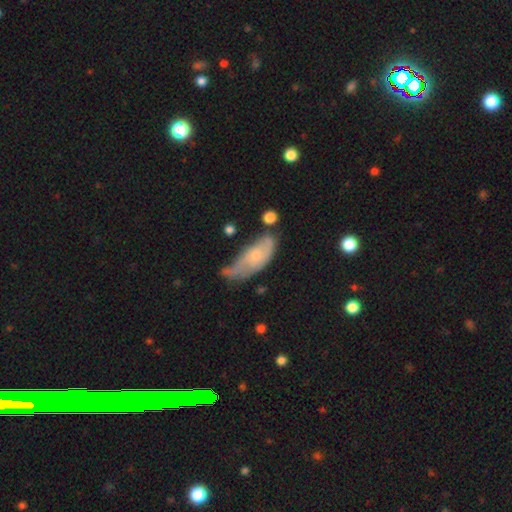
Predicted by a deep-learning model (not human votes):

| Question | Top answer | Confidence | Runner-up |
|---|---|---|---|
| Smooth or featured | smooth | 53% | featured or disk (40%) |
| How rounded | in between | 79% | cigar-shaped (18%) |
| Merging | minor disturbance | 39% | none (29%) |